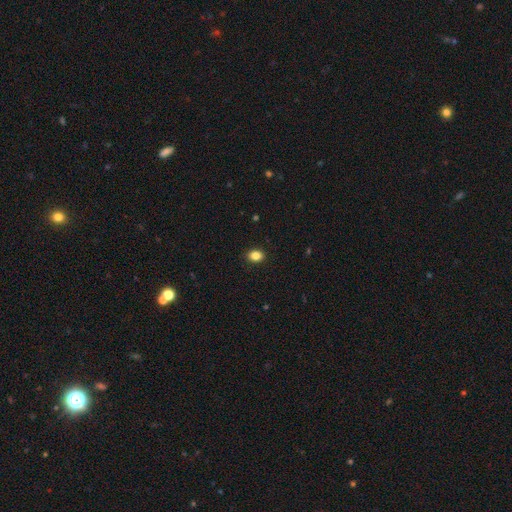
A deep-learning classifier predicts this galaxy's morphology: This is clearly a smooth galaxy (86%). How rounded: likely in between (69%). Merging: clearly none (90%).